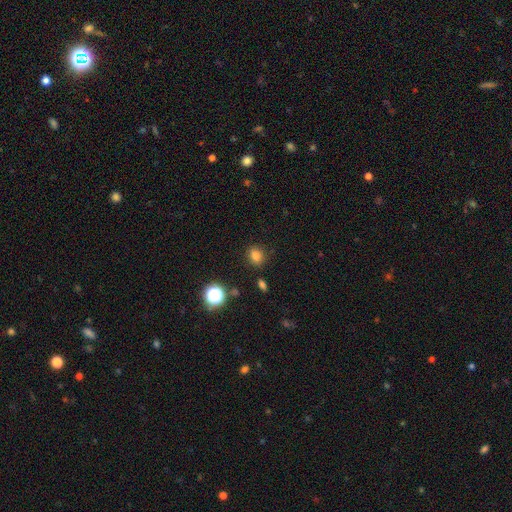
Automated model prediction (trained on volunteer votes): smooth_or_featured: smooth (p=0.79) [alt: star or artifact p=0.16]
how_rounded: round (p=0.60) [alt: in between p=0.39]
merging: none (p=0.85) [alt: minor disturbance p=0.10]